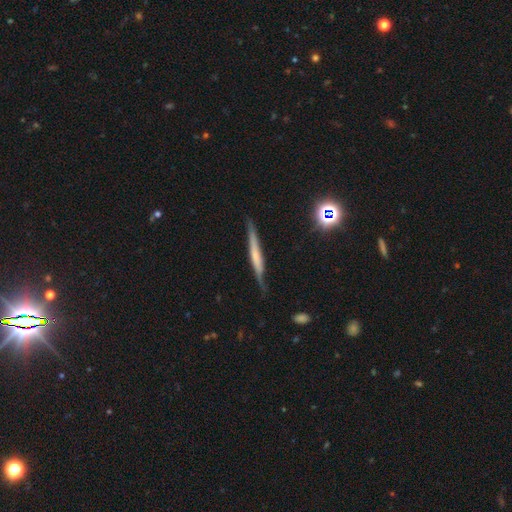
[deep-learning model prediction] A featured or disk galaxy (53%) viewed edge-on (94%) with no central bulge (54%). Merging: none (77%).